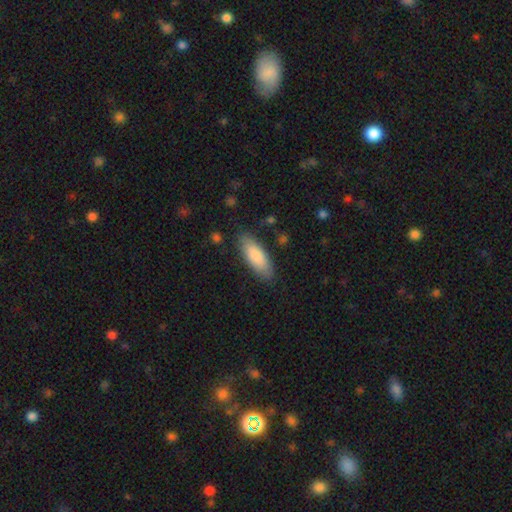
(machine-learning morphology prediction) Q: Smooth or featured?
A: smooth (83%); runner-up: featured or disk (11%)
Q: How rounded?
A: in between (66%); runner-up: cigar-shaped (33%)
Q: Merging?
A: none (84%); runner-up: minor disturbance (12%)